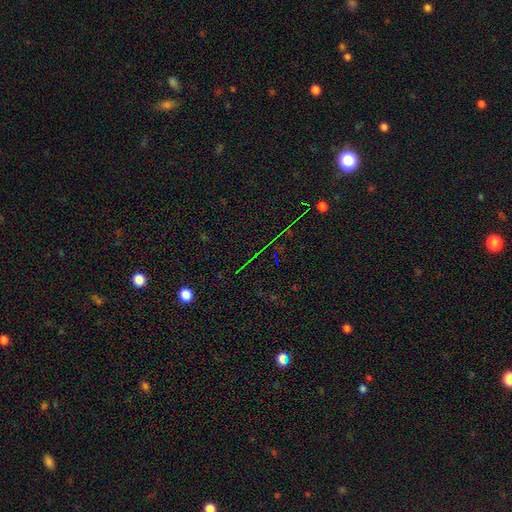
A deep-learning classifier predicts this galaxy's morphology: This is likely a star or artifact rather than a galaxy (74%).